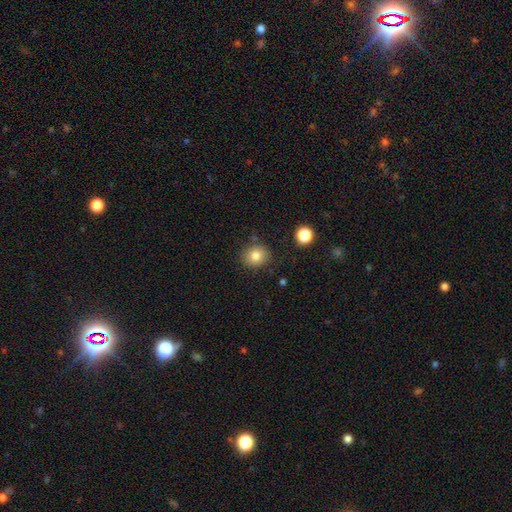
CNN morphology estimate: type=smooth (81%); roundness=round (75%); merging=none (83%).